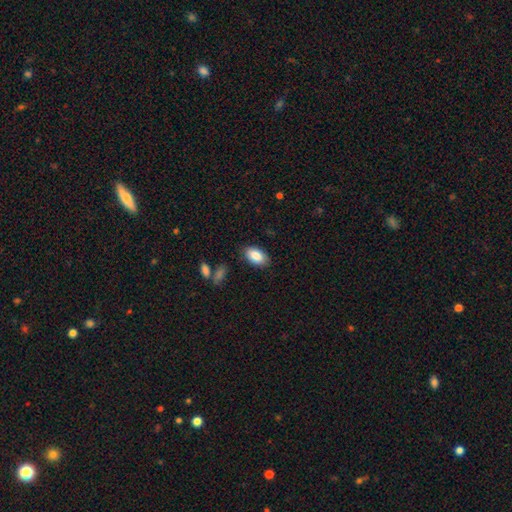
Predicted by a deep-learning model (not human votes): This appears to be a smooth galaxy with no disk features (86%) that is in between round and cigar-shaped (93%). Merging: none (83%).